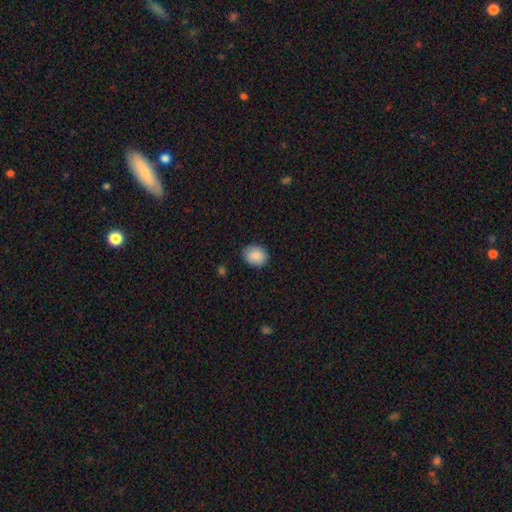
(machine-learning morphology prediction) Smooth or featured?
  - smooth: 89% *
  - star or artifact: 7%
  - featured or disk: 4%
How rounded?
  - round: 57% *
  - in between: 42%
  - cigar-shaped: 1%
Merging?
  - none: 85% *
  - minor disturbance: 12%
  - major disturbance: 2%
  - merger: 1%